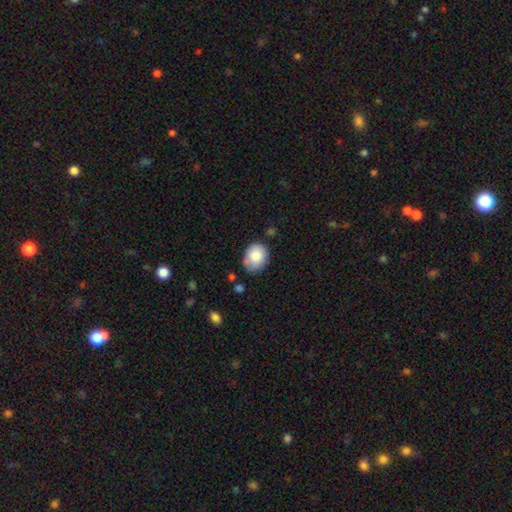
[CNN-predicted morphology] Smooth or featured?
  - smooth: 84% *
  - featured or disk: 8%
  - star or artifact: 8%
How rounded?
  - round: 53% *
  - in between: 46%
  - cigar-shaped: 1%
Merging?
  - none: 64% *
  - minor disturbance: 26%
  - major disturbance: 6%
  - merger: 5%